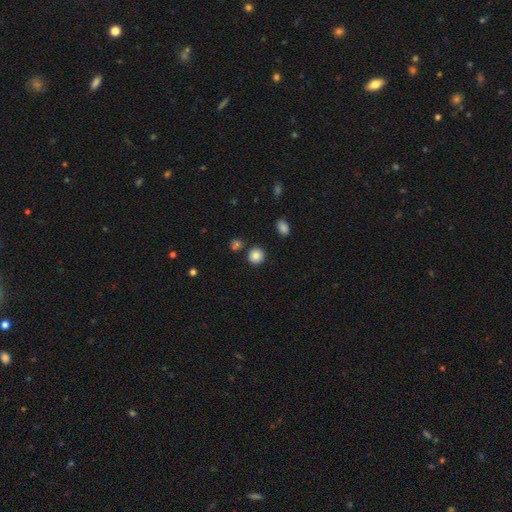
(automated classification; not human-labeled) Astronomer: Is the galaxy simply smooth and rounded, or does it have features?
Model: smooth — 84%.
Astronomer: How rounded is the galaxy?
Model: round — 92%.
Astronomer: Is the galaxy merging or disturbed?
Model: none — 86%.